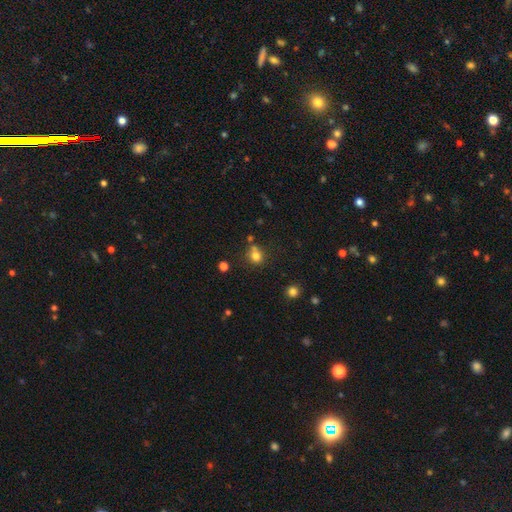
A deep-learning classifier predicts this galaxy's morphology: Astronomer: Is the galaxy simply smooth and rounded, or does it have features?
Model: smooth — 77%.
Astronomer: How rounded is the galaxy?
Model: round — 80%.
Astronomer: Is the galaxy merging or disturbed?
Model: none — 62%.